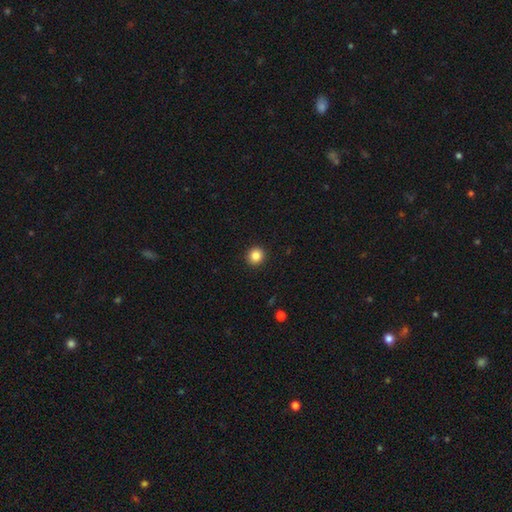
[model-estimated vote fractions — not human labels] Q: Smooth or featured?
A: smooth (85%); runner-up: star or artifact (11%)
Q: How rounded?
A: round (90%); runner-up: in between (9%)
Q: Merging?
A: none (93%); runner-up: minor disturbance (5%)